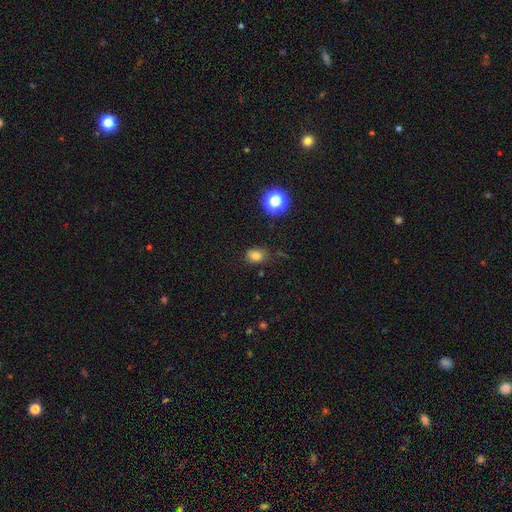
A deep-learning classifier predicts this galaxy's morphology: Smooth or featured?
  - smooth: 79% *
  - star or artifact: 15%
  - featured or disk: 6%
How rounded?
  - in between: 60% *
  - round: 39%
  - cigar-shaped: 1%
Merging?
  - none: 75% *
  - minor disturbance: 19%
  - major disturbance: 4%
  - merger: 3%